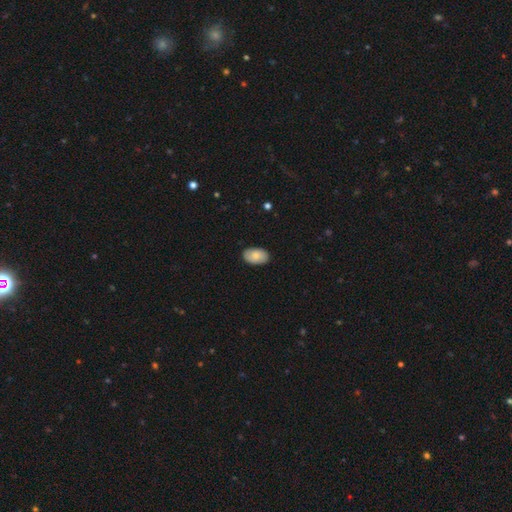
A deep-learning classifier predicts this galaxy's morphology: smooth-or-featured: smooth: 81% | featured or disk: 13% | star or artifact: 6%
  how-rounded: in between: 93% | round: 6% | cigar-shaped: 1%
  merging: none: 87% | minor disturbance: 10% | major disturbance: 2% | merger: 1%